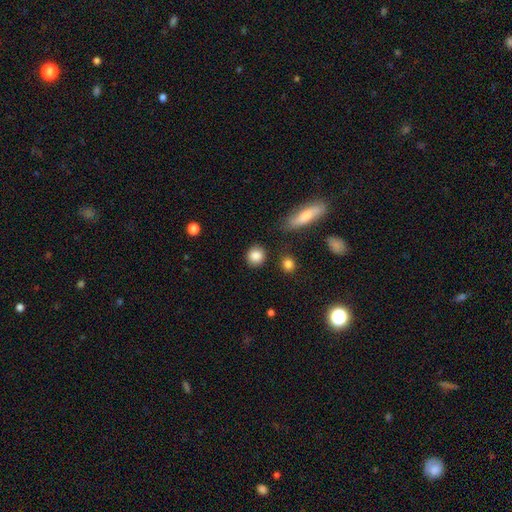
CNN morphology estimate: The model was most divided on "how rounded": round: 82%, in between: 16%, cigar-shaped: 2%. More confident: smooth or featured — smooth (86%); merging — none (86%).